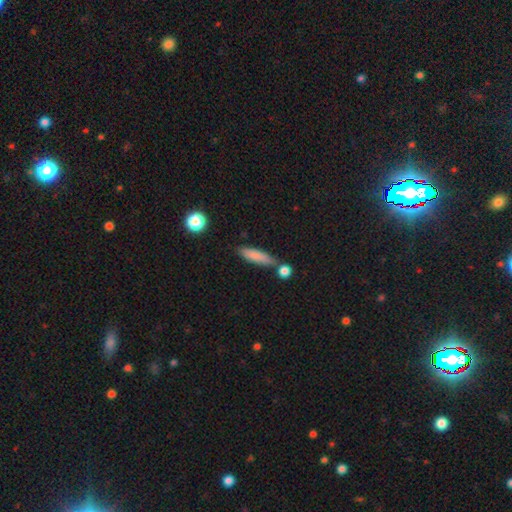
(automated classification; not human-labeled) A smooth galaxy with no disk features (81%) that is cigar-shaped (68%). Merging: none (71%).